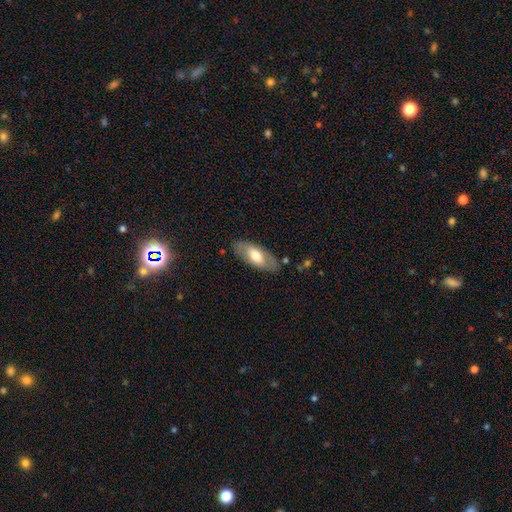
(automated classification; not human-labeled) This appears to be a smooth galaxy with no disk features (57%) that is in between round and cigar-shaped (87%). Merging: none (81%).